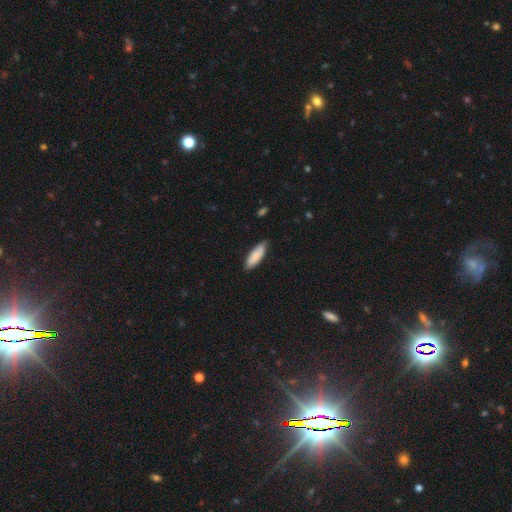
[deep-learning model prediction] Smooth or featured? Predicted: smooth (p=0.86). How rounded? Predicted: in between (p=0.52). Merging? Predicted: none (p=0.84).